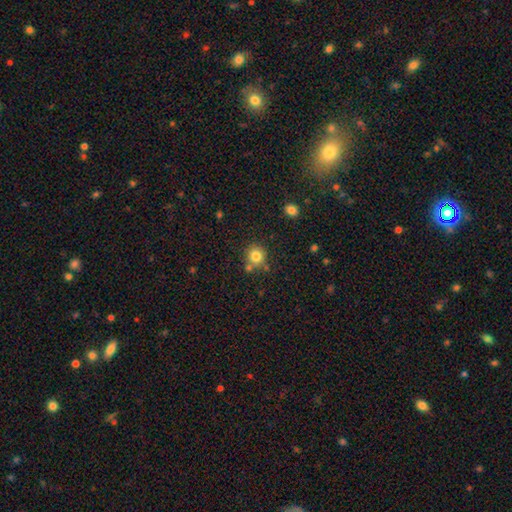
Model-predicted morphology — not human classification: This is clearly a smooth galaxy (81%). How rounded: clearly round (90%). Merging: likely none (73%).